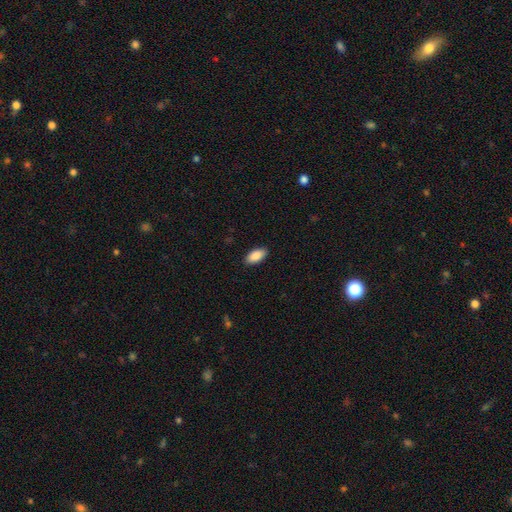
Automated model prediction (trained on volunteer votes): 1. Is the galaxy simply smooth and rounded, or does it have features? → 89% smooth, 6% star or artifact, 4% featured or disk.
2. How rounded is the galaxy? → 93% in between, 5% cigar-shaped, 2% round.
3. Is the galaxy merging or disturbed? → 89% none, 8% minor disturbance, 2% major disturbance, 1% merger.